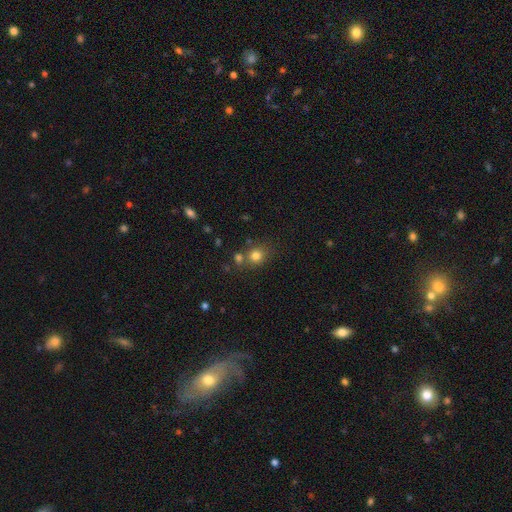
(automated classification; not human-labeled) Smooth or featured?
  - smooth: 78% *
  - star or artifact: 14%
  - featured or disk: 8%
How rounded?
  - round: 76% *
  - in between: 23%
  - cigar-shaped: 1%
Merging?
  - none: 65% *
  - merger: 20%
  - minor disturbance: 11%
  - major disturbance: 4%